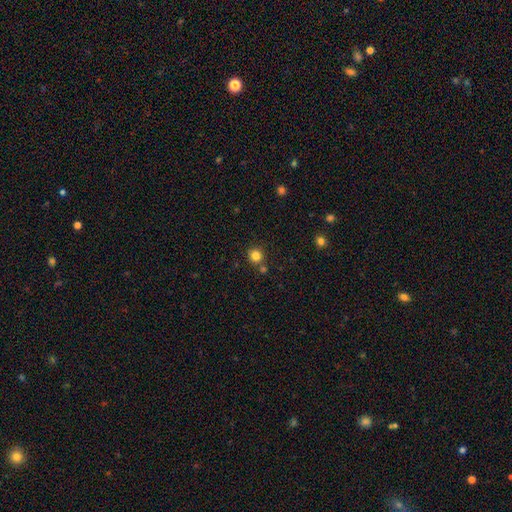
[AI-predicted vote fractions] smooth_or_featured: smooth (p=0.83) [alt: star or artifact p=0.12]
how_rounded: round (p=0.91) [alt: in between p=0.08]
merging: none (p=0.77) [alt: merger p=0.12]